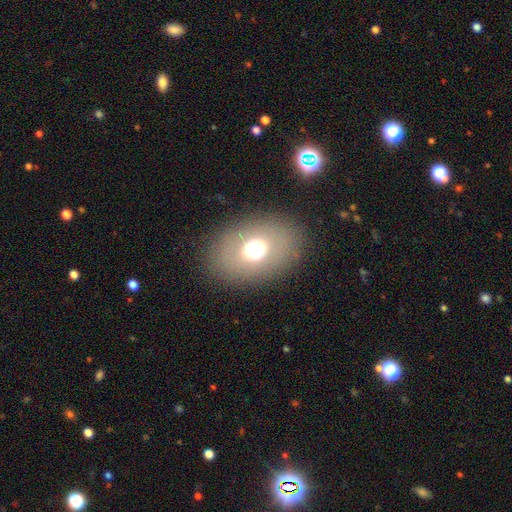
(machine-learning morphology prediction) Smooth or featured: smooth — 64% (featured or disk — 22%)
How rounded: in between — 71% (round — 28%)
Merging: none — 85% (minor disturbance — 8%)